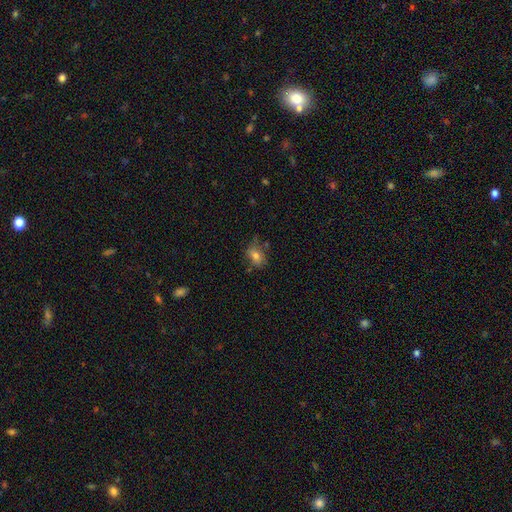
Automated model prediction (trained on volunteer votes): Overall: smooth (73%). How rounded: in between (70%). Merging: none (58%; minor disturbance 27%).